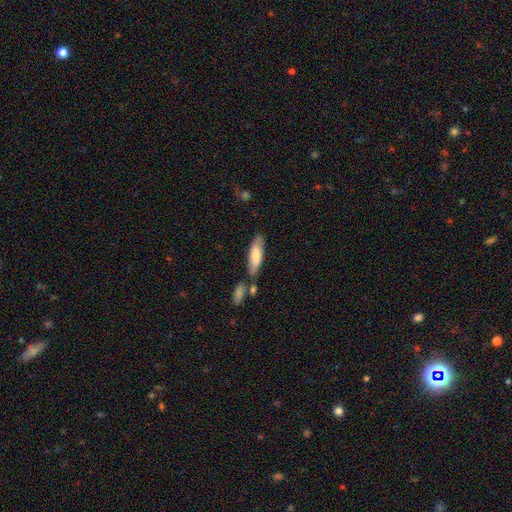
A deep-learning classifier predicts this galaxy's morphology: smooth-or-featured: smooth: 71% | featured or disk: 24% | star or artifact: 6%
  how-rounded: cigar-shaped: 51% | in between: 47% | round: 2%
  merging: none: 67% | minor disturbance: 15% | merger: 13% | major disturbance: 4%